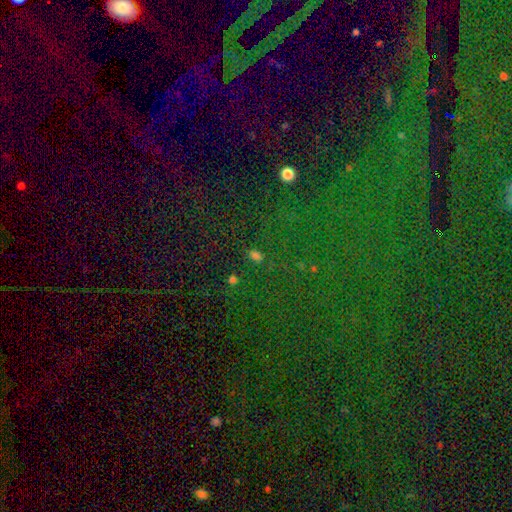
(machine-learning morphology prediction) Smooth or featured? Predicted: smooth (p=0.64). How rounded? Predicted: in between (p=0.84). Merging? Predicted: none (p=0.76).